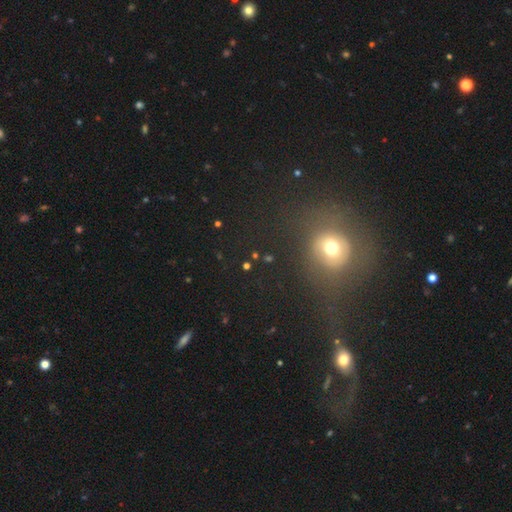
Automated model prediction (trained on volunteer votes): This is marginally a smooth galaxy (44%). Merging: likely none (69%).